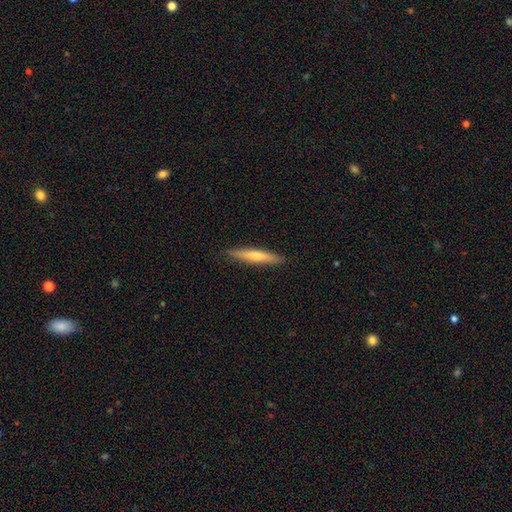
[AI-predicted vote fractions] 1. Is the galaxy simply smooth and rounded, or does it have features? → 50% smooth, 44% featured or disk, 6% star or artifact.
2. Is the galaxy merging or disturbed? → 91% none, 7% minor disturbance, 1% major disturbance, 1% merger.